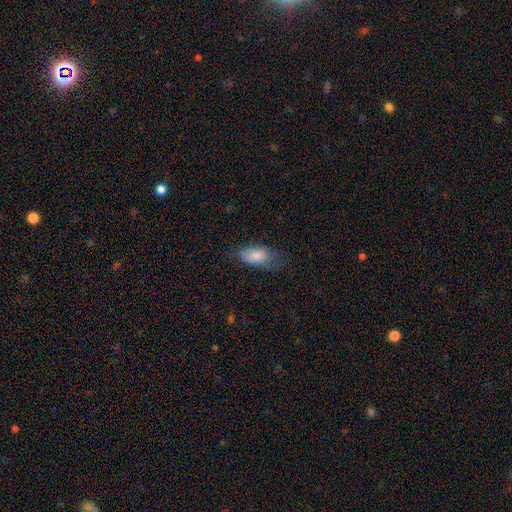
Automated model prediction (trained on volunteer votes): This is clearly a smooth galaxy (83%). How rounded: clearly in between (91%). Merging: possibly none (57%).